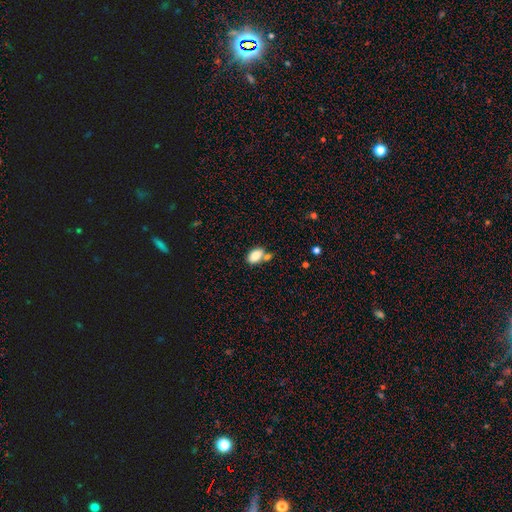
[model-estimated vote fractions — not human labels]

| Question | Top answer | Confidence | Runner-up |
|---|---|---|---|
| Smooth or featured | smooth | 83% | featured or disk (9%) |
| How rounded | in between | 89% | round (9%) |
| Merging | none | 55% | merger (26%) |